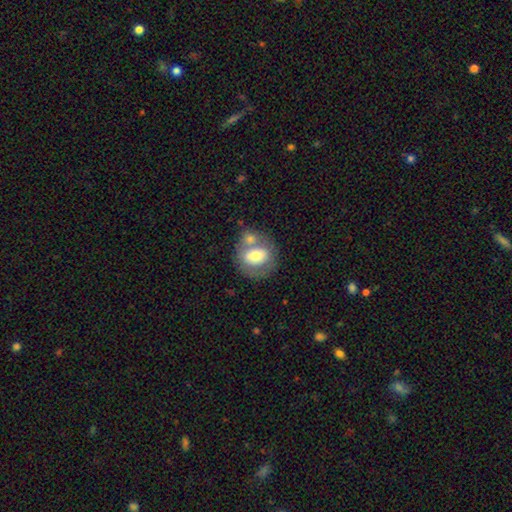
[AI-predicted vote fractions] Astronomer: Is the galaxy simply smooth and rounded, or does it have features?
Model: smooth — 63%.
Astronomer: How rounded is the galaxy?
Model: round — 61% (runner-up: in between, 38%).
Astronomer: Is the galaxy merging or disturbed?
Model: none — 44% (runner-up: merger, 35%).